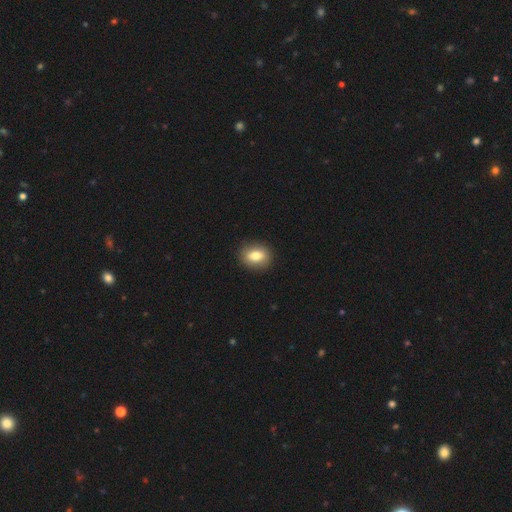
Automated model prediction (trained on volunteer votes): This is likely a smooth galaxy (79%). How rounded: possibly in between (51%). Merging: clearly none (89%).